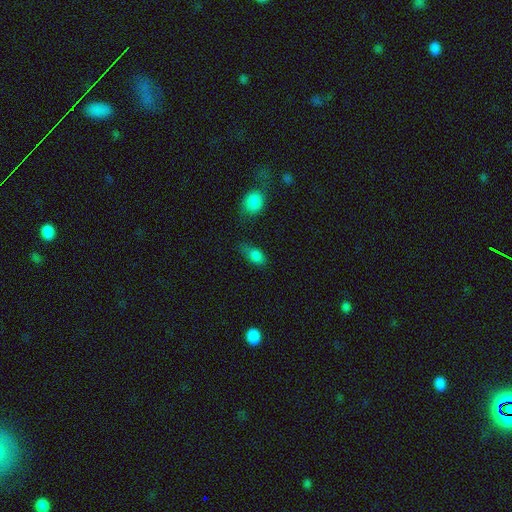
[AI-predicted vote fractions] Overall: smooth (81%). How rounded: in between (84%). Merging: none (50%; minor disturbance 31%).